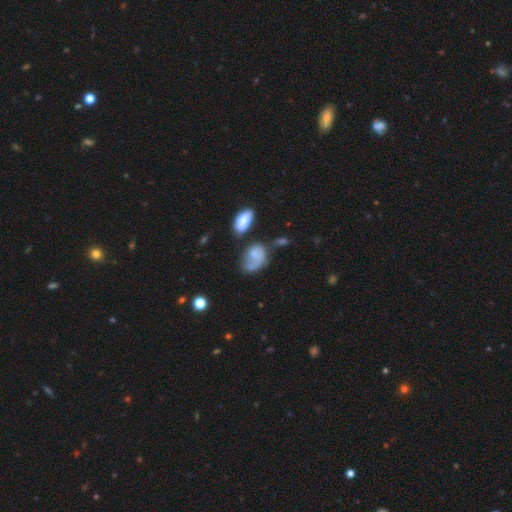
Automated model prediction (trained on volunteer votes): This is possibly a smooth galaxy (59%). How rounded: likely in between (74%). Merging: marginally major disturbance (33%).